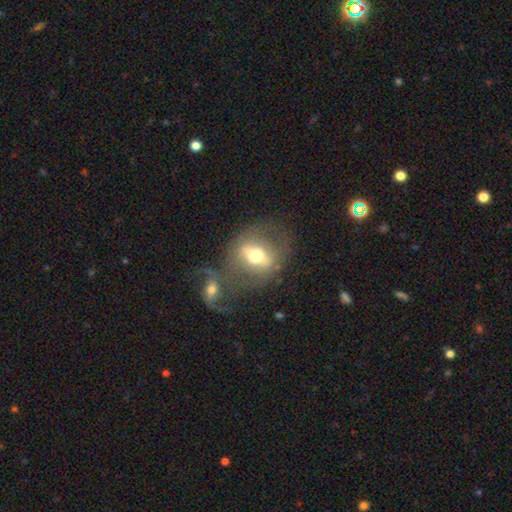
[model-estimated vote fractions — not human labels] Smooth or featured?
  - featured or disk: 54% *
  - smooth: 38%
  - star or artifact: 8%
Edge-on disk?
  - no: 85% *
  - yes: 15%
Merging?
  - none: 42% *
  - merger: 34%
  - minor disturbance: 12%
  - major disturbance: 12%